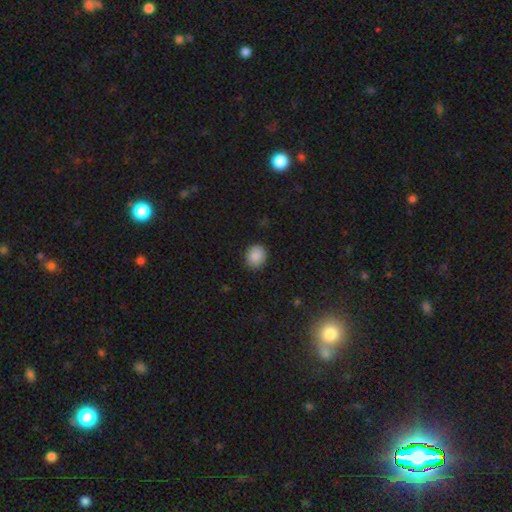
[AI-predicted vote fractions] Smooth or featured: smooth — 88% (star or artifact — 8%)
How rounded: round — 75% (in between — 24%)
Merging: none — 89% (minor disturbance — 8%)